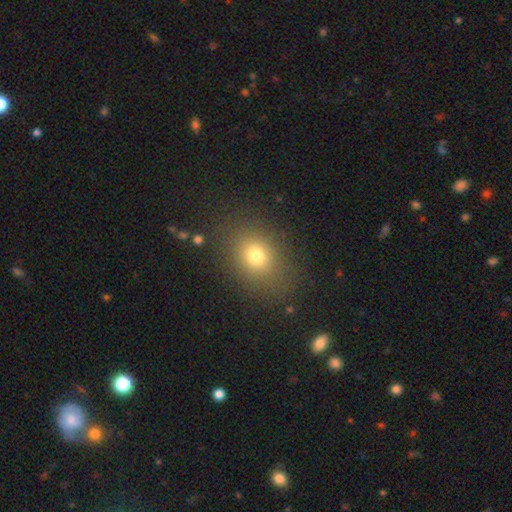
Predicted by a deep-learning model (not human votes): smooth_or_featured: smooth (p=0.73) [alt: star or artifact p=0.16]
how_rounded: in between (p=0.50) [alt: round p=0.49]
merging: none (p=0.83) [alt: minor disturbance p=0.10]